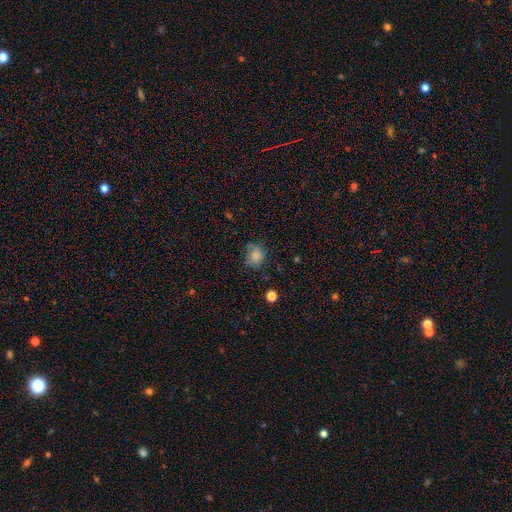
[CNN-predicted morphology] smooth 80%, star or artifact 12%, featured or disk 7%. Down the decision tree: how rounded — round (65%); merging — none (61%).